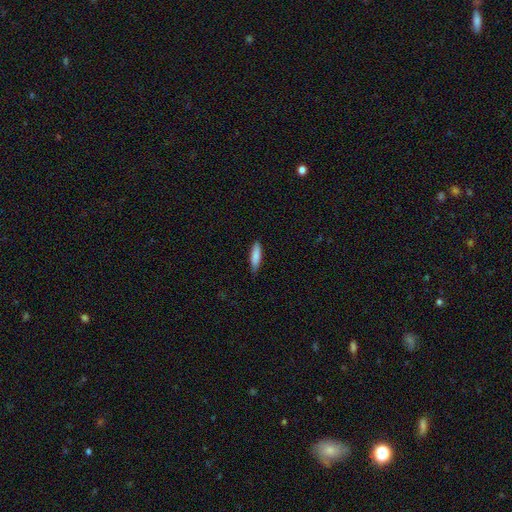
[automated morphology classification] smooth_or_featured: smooth (p=0.85) [alt: featured or disk p=0.09]
how_rounded: cigar-shaped (p=0.69) [alt: in between p=0.30]
merging: none (p=0.84) [alt: minor disturbance p=0.13]